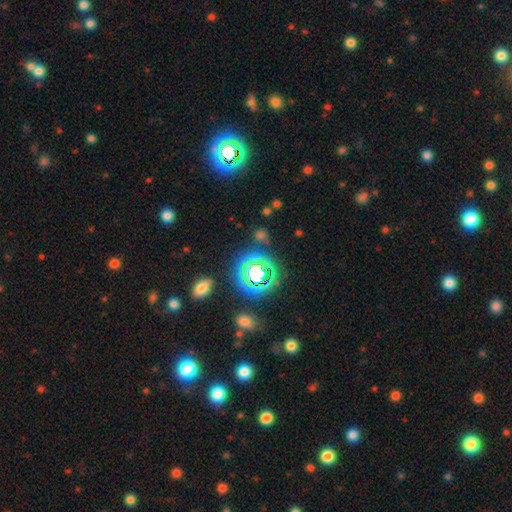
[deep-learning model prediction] A star or artifact, not a galaxy (66%).